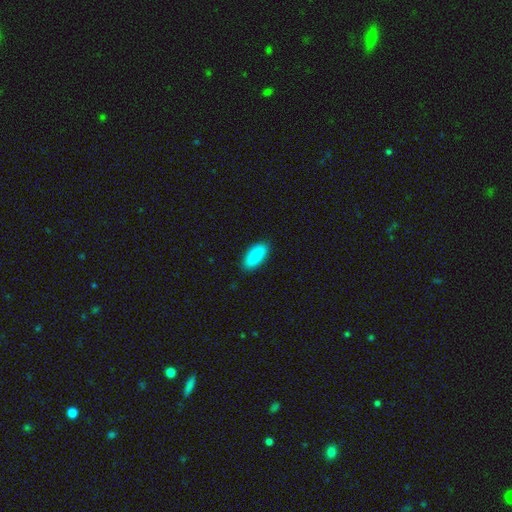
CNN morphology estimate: This appears to be a smooth galaxy with no disk features (89%) that is in between round and cigar-shaped (75%). Merging: none (88%).